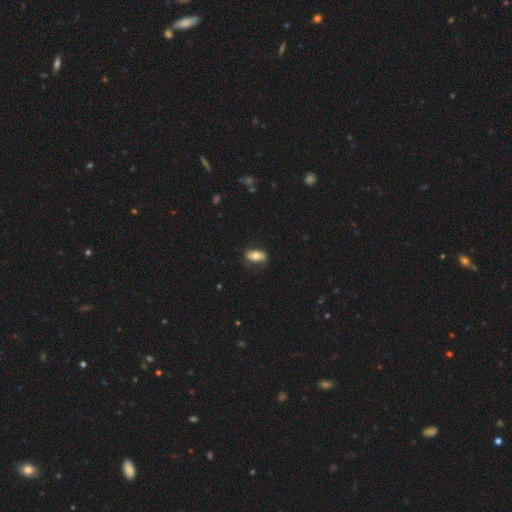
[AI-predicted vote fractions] Smooth or featured?
  - smooth: 70% *
  - featured or disk: 23%
  - star or artifact: 7%
How rounded?
  - in between: 89% *
  - cigar-shaped: 6%
  - round: 5%
Merging?
  - none: 74% *
  - minor disturbance: 20%
  - major disturbance: 5%
  - merger: 1%